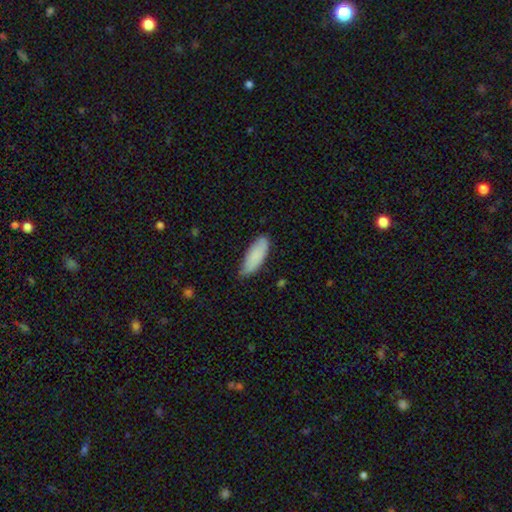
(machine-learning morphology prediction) A smooth galaxy with no disk features (86%) that is in between round and cigar-shaped (72%).

Vote fractions:
- Smooth or featured? smooth: 86% / featured or disk: 8% / star or artifact: 6%
- How rounded? in between: 72% / cigar-shaped: 26% / round: 2%
- Merging? none: 71% / minor disturbance: 25% / major disturbance: 3% / merger: 1%